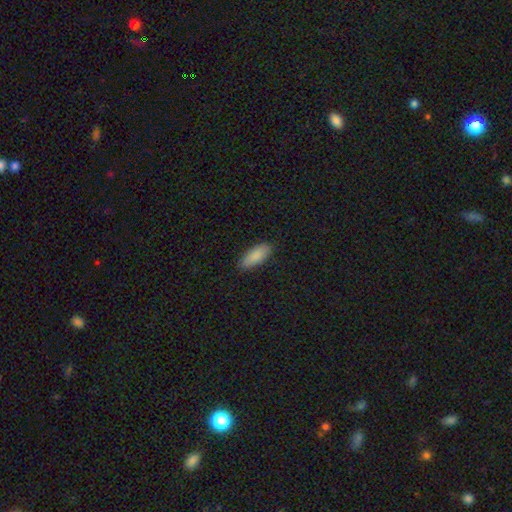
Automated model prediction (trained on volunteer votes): Overall: smooth (88%). How rounded: in between (78%). Merging: none (84%).